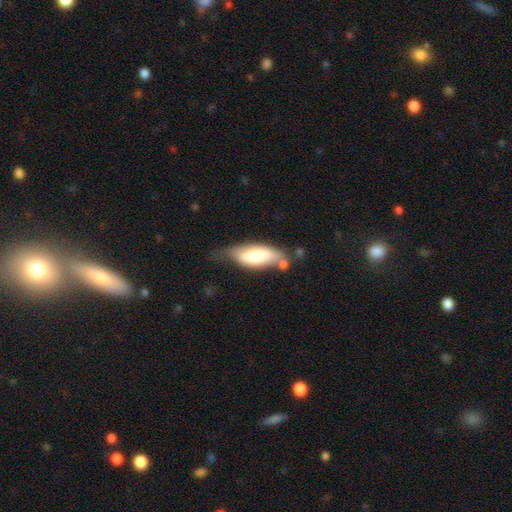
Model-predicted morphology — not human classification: Smooth or featured?
  - smooth: 67% *
  - featured or disk: 27%
  - star or artifact: 6%
How rounded?
  - in between: 76% *
  - cigar-shaped: 22%
  - round: 2%
Merging?
  - none: 36% *
  - minor disturbance: 31%
  - merger: 16%
  - major disturbance: 16%